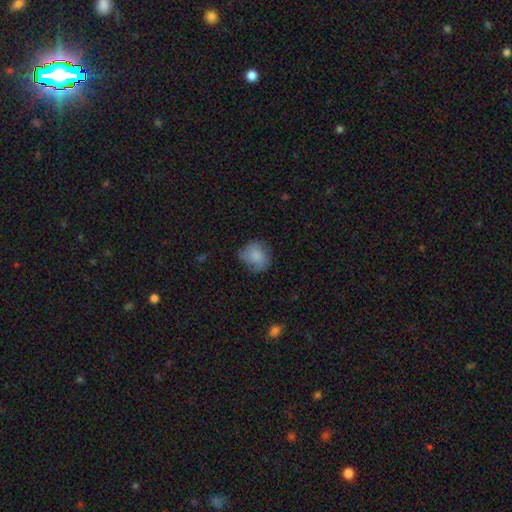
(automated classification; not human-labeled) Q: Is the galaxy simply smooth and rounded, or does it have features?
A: smooth — 78%.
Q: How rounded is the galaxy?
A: round — 76%.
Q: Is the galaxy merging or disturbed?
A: none — 61%.